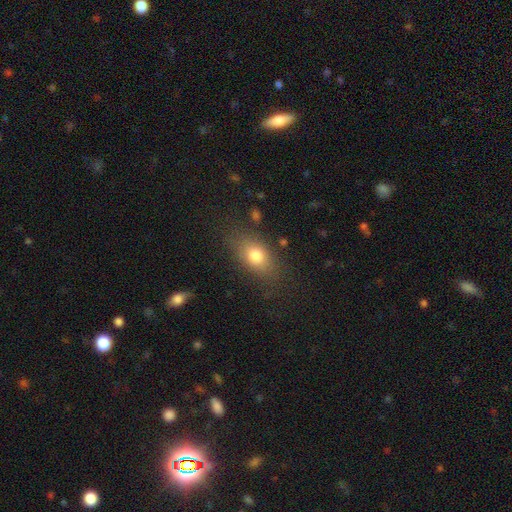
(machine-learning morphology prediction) smooth 77%, featured or disk 13%, star or artifact 10%. Down the decision tree: how rounded — in between (78%); merging — none (77%).